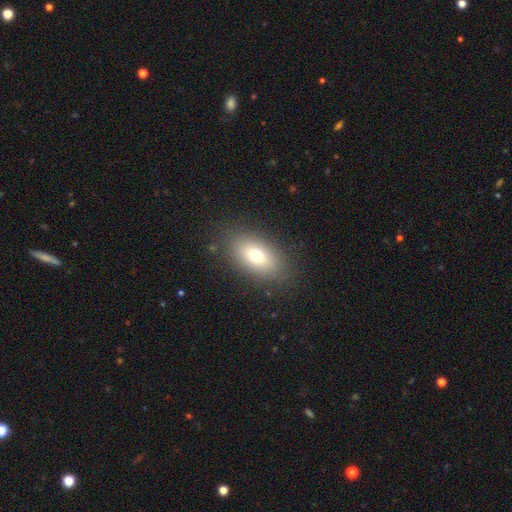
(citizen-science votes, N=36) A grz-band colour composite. It shows a smooth galaxy with no disk features (83%) that is in between round and cigar-shaped (87%). Merging: none (80%).